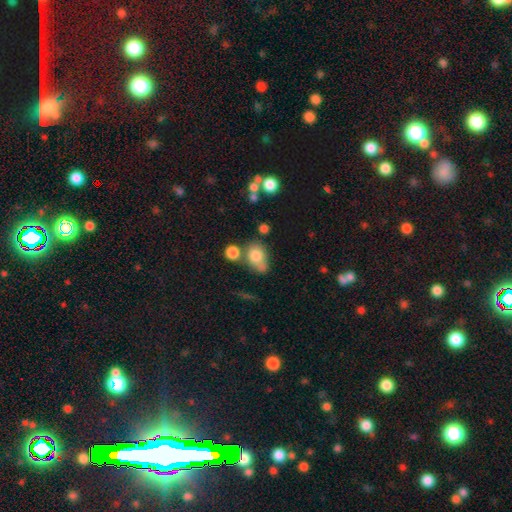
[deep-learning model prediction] Smooth or featured? Predicted: smooth (p=0.76). How rounded? Predicted: in between (p=0.61). Merging? Predicted: none (p=0.41).